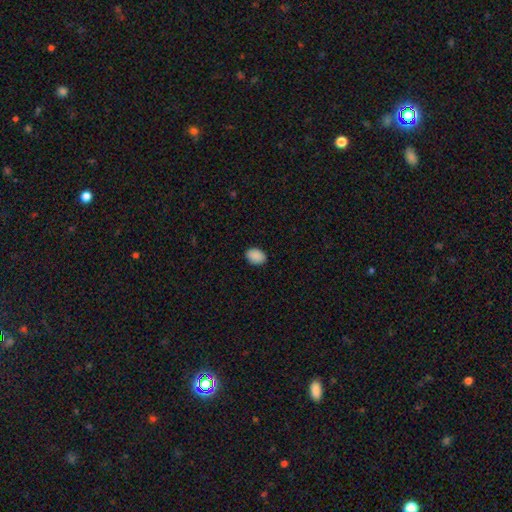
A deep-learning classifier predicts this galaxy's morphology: Q: Smooth or featured?
A: smooth (90%); runner-up: star or artifact (8%)
Q: How rounded?
A: in between (78%); runner-up: round (20%)
Q: Merging?
A: none (89%); runner-up: minor disturbance (8%)